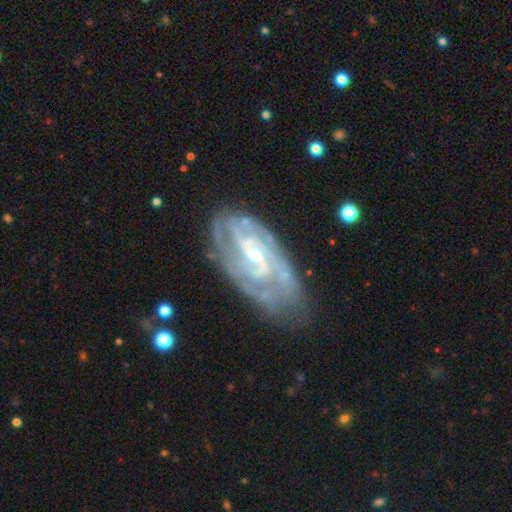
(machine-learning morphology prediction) type=featured or disk (87%); edge-on=no (94%); bar=weak (44%); spiral arms=yes (94%); winding=tight (60%); arm count=2 (35%); bulge=small (62%); merging=none (67%).